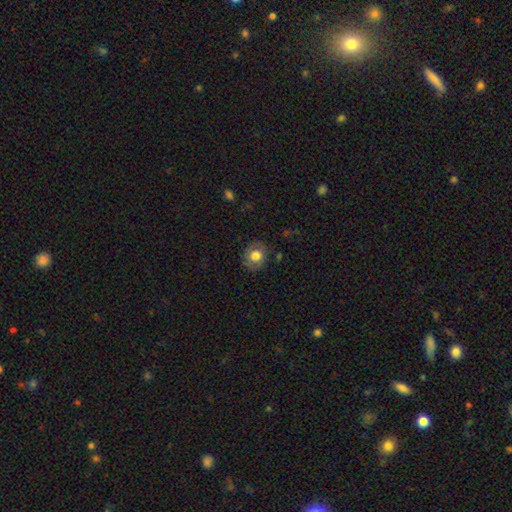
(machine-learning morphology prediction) A smooth galaxy with no disk features (70%) that is round (73%). Merging: none (82%).